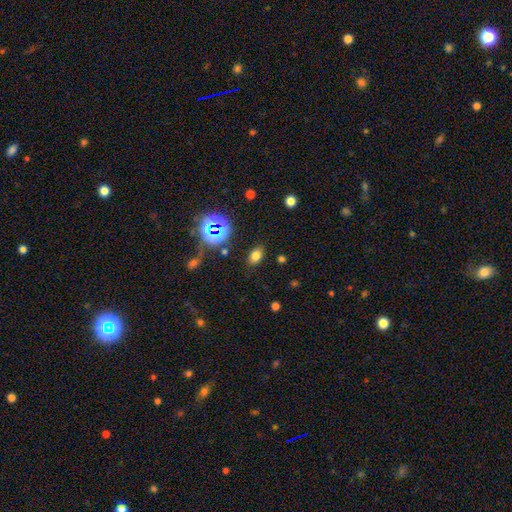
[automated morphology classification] This appears to be a smooth galaxy with no disk features (71%) that is in between round and cigar-shaped (82%). Merging: none (85%).